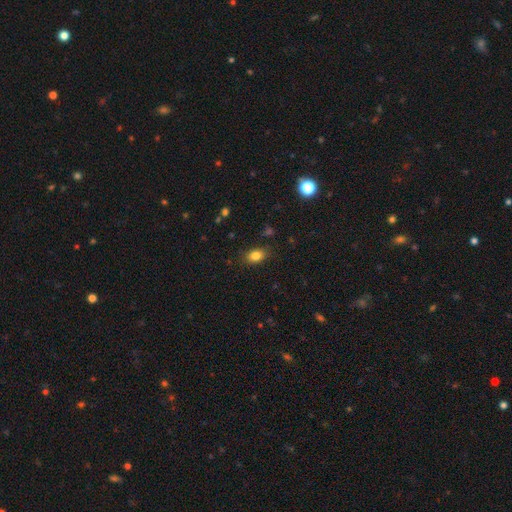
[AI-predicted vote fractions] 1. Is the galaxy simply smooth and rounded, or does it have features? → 83% smooth, 10% star or artifact, 7% featured or disk.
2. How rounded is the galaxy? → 80% in between, 18% round, 2% cigar-shaped.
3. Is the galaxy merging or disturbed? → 83% none, 12% minor disturbance, 3% major disturbance, 1% merger.